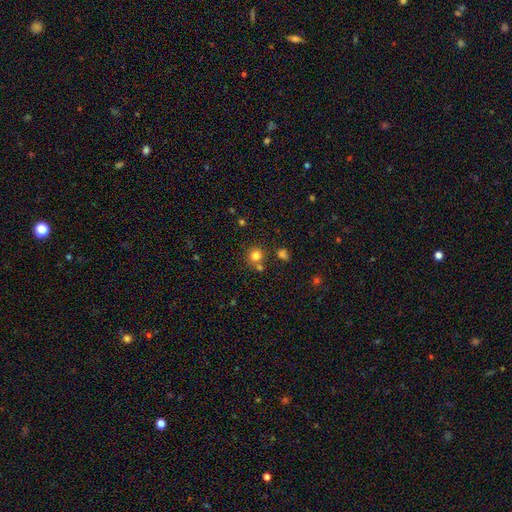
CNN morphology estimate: The model was most divided on "merging": none: 70%, merger: 18%, minor disturbance: 8%, major disturbance: 3%. More confident: how rounded — round (91%); smooth or featured — smooth (79%).